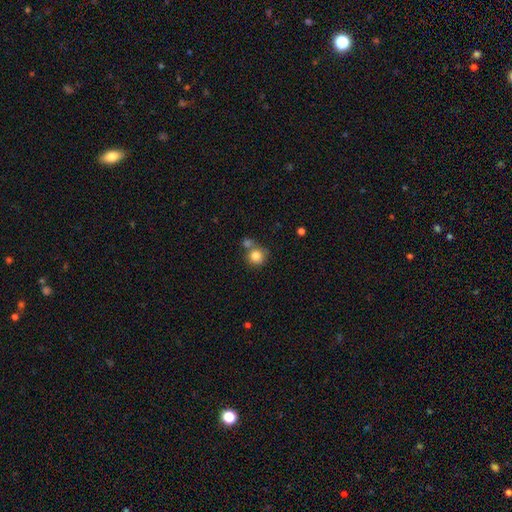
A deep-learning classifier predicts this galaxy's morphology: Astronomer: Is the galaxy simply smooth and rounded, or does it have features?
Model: smooth — 82%.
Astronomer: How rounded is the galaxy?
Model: round — 88%.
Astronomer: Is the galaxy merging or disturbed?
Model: none — 56%.